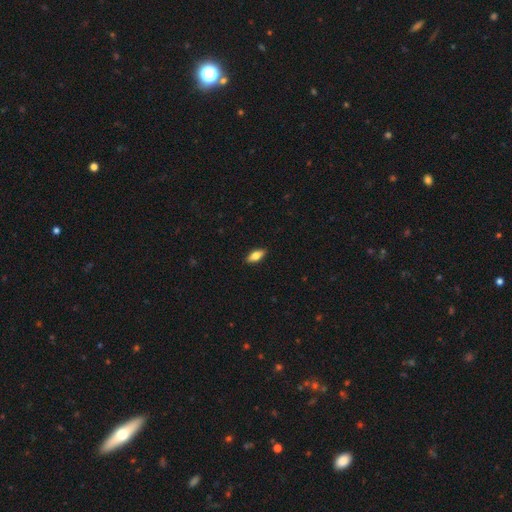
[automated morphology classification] Smooth or featured? smooth (70%)
How rounded? in between (78%)
Merging? none (89%)